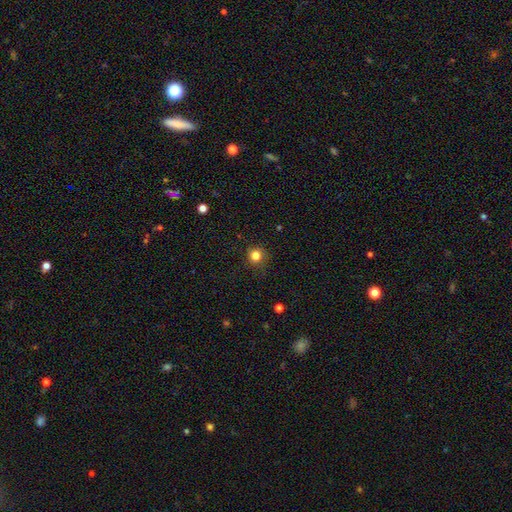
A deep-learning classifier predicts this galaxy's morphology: smooth_or_featured: smooth (p=0.82) [alt: star or artifact p=0.13]
how_rounded: round (p=0.93) [alt: in between p=0.06]
merging: none (p=0.88) [alt: minor disturbance p=0.09]